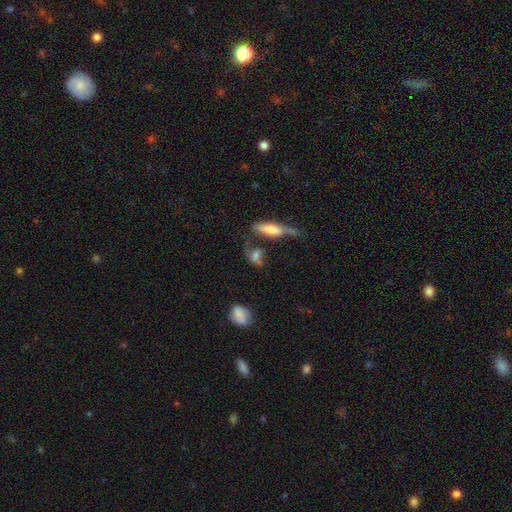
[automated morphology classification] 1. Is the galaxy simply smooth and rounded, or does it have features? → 59% smooth, 28% featured or disk, 13% star or artifact.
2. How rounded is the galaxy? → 66% in between, 20% cigar-shaped, 14% round.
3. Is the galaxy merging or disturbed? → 35% none, 28% merger, 19% major disturbance, 18% minor disturbance.